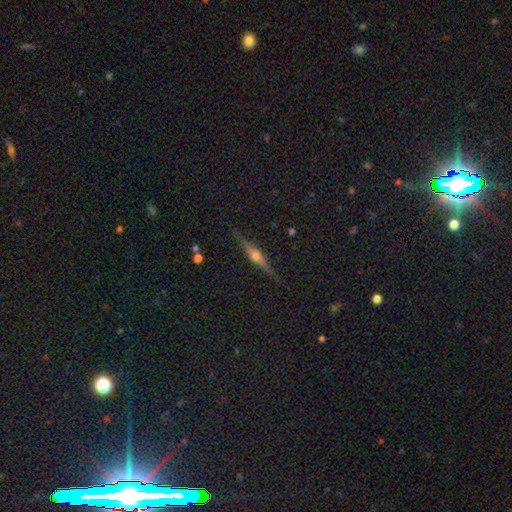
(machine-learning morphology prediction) Smooth or featured? Predicted: featured or disk (p=0.80). Edge-on disk? Predicted: yes (p=0.98). Edge-on bulge? Predicted: rounded (p=0.91). Merging? Predicted: none (p=0.90).